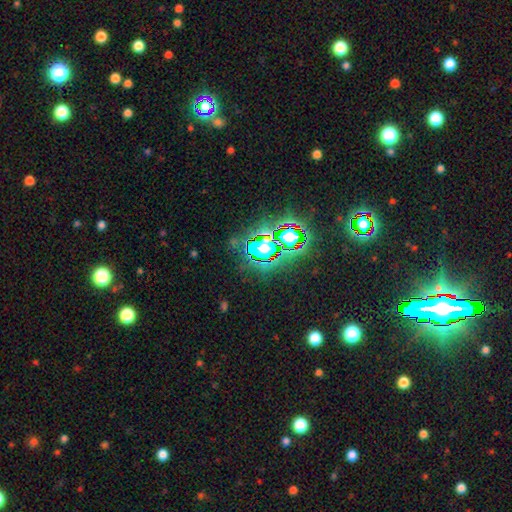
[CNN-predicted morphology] smooth_or_featured: star or artifact (p=0.83) [alt: smooth p=0.10]